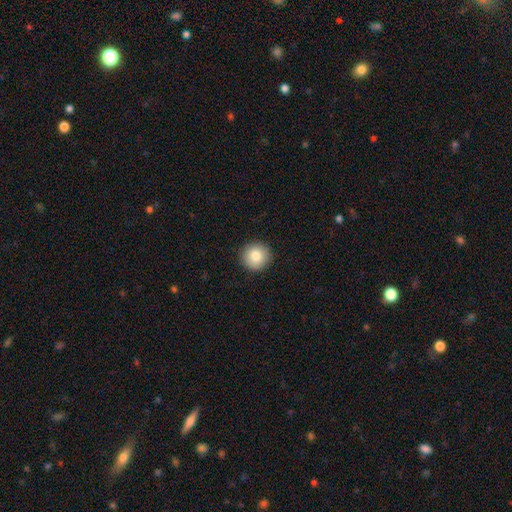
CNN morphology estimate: type=smooth (83%); roundness=round (94%); merging=none (92%).